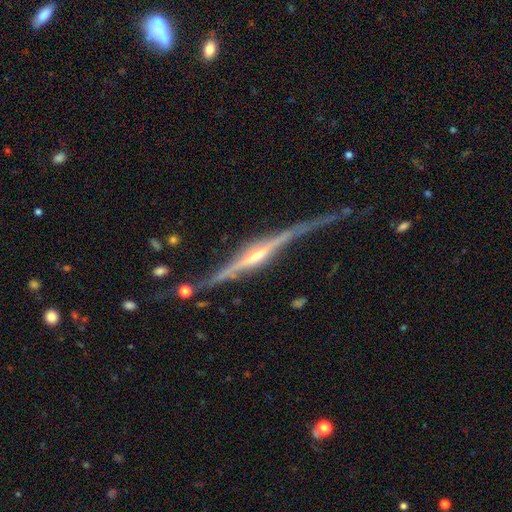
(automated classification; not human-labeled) Smooth or featured? featured or disk (88%)
Edge-on disk? yes (96%)
Edge-on bulge? rounded (79%)
Merging? none (63%)